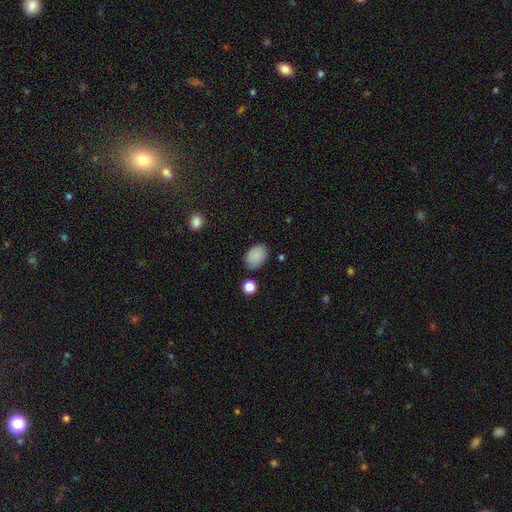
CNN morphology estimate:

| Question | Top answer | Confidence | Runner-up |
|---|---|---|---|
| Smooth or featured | smooth | 86% | star or artifact (8%) |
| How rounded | in between | 80% | round (19%) |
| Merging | none | 79% | minor disturbance (15%) |